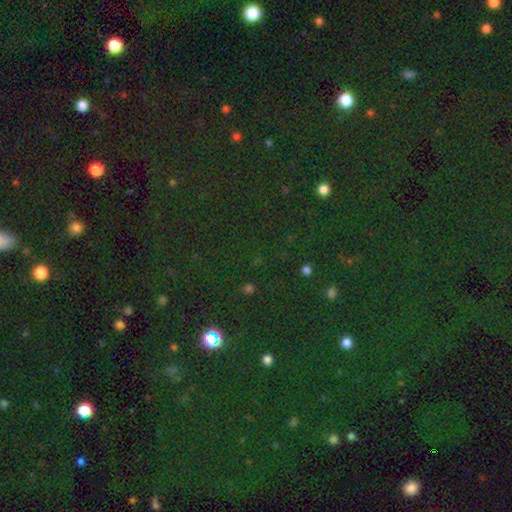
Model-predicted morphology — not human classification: Smooth or featured? star or artifact (73%)